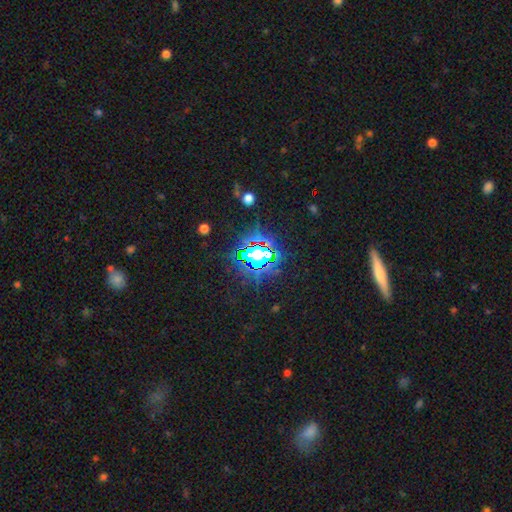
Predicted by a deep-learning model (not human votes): Smooth or featured: star or artifact — 78% (smooth — 12%)